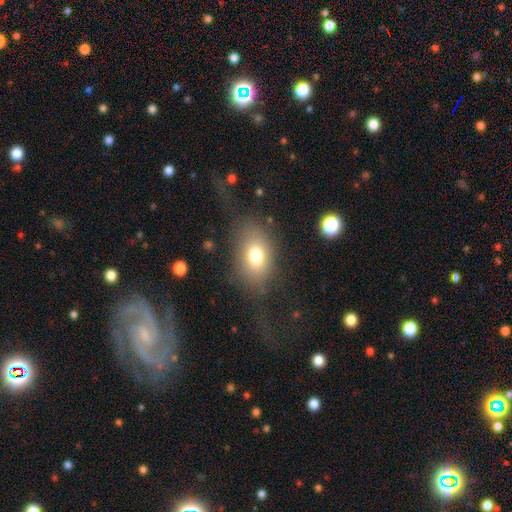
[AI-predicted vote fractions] smooth 74%, featured or disk 15%, star or artifact 11%. Down the decision tree: how rounded — in between (81%); merging — none (71%).